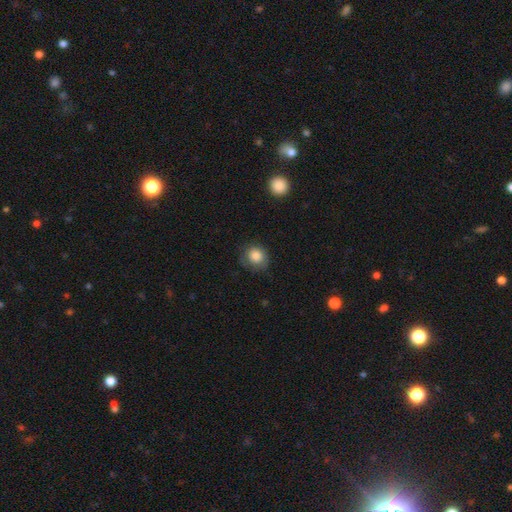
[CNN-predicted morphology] Smooth or featured?
  - smooth: 83% *
  - featured or disk: 9%
  - star or artifact: 8%
How rounded?
  - round: 79% *
  - in between: 20%
  - cigar-shaped: 1%
Merging?
  - none: 72% *
  - minor disturbance: 20%
  - major disturbance: 7%
  - merger: 1%